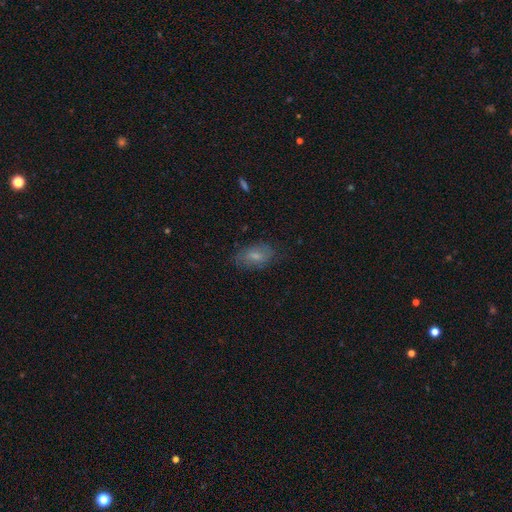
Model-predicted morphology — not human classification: A smooth galaxy with no disk features (65%) that is in between round and cigar-shaped (90%). Merging: none (73%).